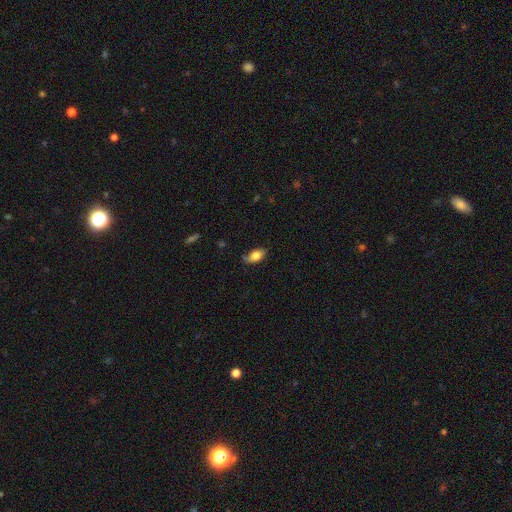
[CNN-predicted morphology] This is likely a smooth galaxy (76%). How rounded: clearly in between (89%). Merging: likely none (63%).